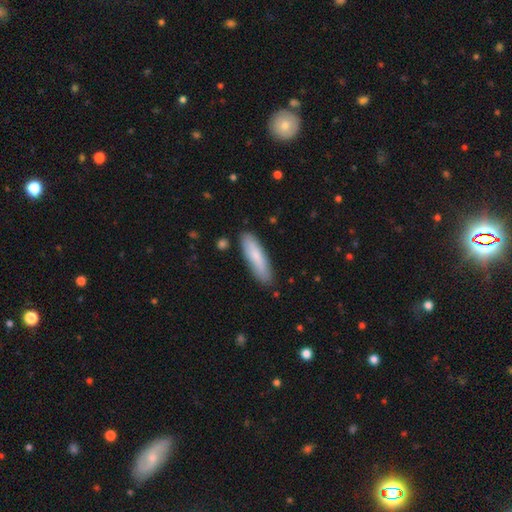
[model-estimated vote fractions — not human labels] This is likely a smooth galaxy (79%). How rounded: likely cigar-shaped (68%). Merging: clearly none (85%).